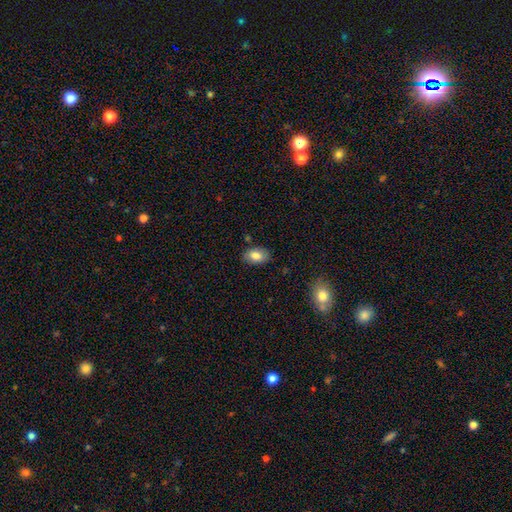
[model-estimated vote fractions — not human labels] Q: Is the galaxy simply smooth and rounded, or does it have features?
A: smooth — 81%.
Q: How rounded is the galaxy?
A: in between — 90%.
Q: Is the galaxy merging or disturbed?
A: none — 84%.